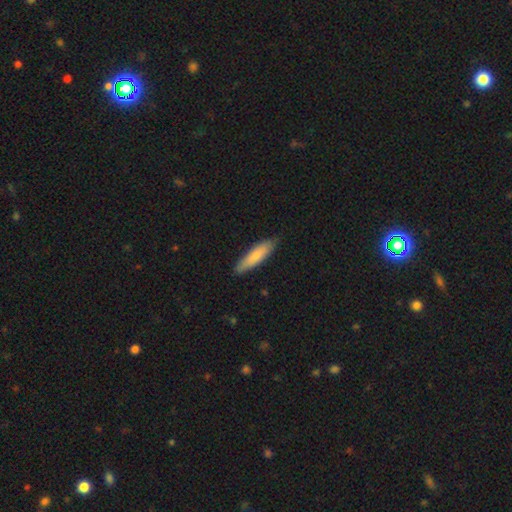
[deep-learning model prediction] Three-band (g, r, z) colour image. It shows a smooth galaxy with no disk features (78%) that is cigar-shaped (72%). Merging: none (85%).